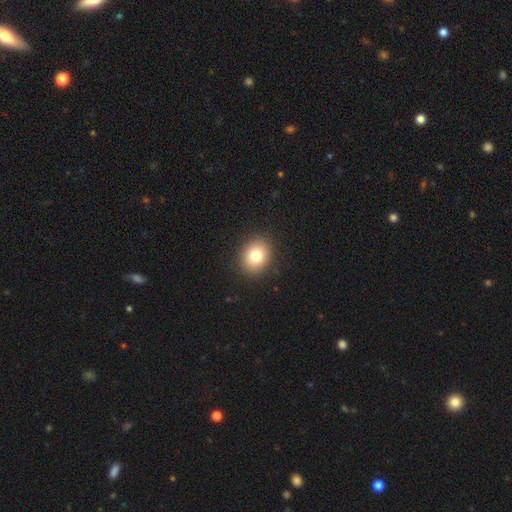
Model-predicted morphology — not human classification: Overall: smooth (80%). How rounded: round (59%; in between 40%). Merging: none (90%).